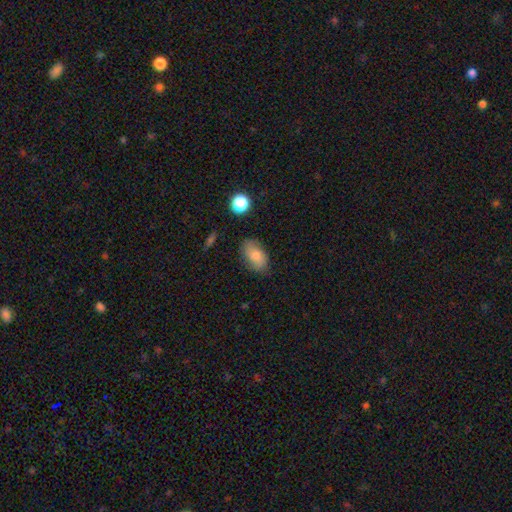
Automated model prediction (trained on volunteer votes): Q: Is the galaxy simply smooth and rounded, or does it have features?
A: smooth — 77%.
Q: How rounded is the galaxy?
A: in between — 89%.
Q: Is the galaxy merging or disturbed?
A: none — 75%.